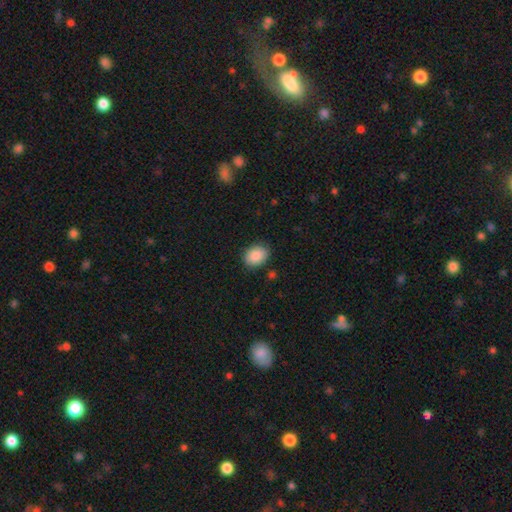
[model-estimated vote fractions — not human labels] Smooth or featured?
  - smooth: 89% *
  - star or artifact: 7%
  - featured or disk: 4%
How rounded?
  - in between: 65% *
  - round: 34%
  - cigar-shaped: 1%
Merging?
  - none: 85% *
  - minor disturbance: 11%
  - major disturbance: 3%
  - merger: 1%